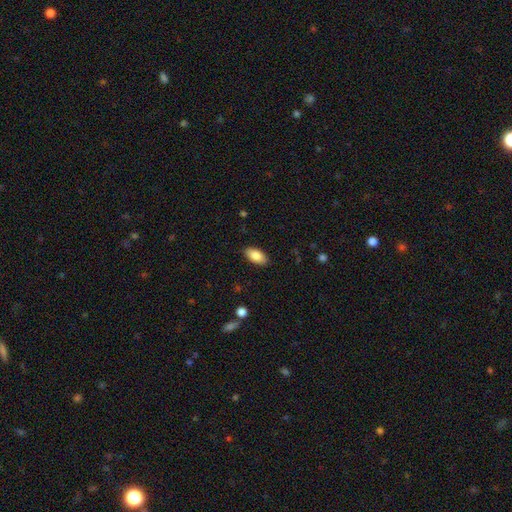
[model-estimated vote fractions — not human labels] Smooth or featured?
  - smooth: 85% *
  - featured or disk: 8%
  - star or artifact: 7%
How rounded?
  - in between: 93% *
  - cigar-shaped: 4%
  - round: 3%
Merging?
  - none: 88% *
  - minor disturbance: 9%
  - major disturbance: 2%
  - merger: 1%